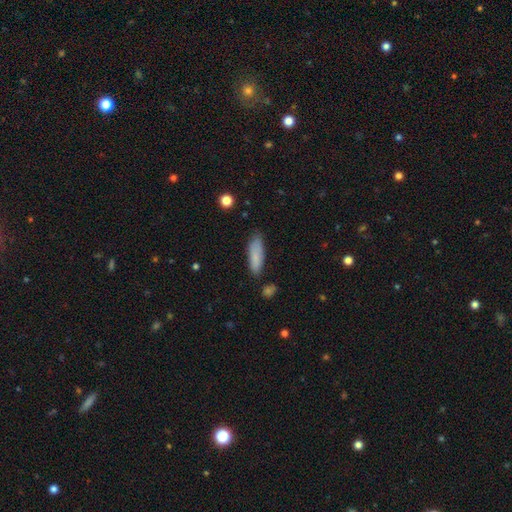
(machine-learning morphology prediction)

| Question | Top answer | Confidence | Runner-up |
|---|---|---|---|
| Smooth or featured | smooth | 82% | featured or disk (12%) |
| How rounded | cigar-shaped | 50% | in between (48%) |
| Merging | none | 76% | minor disturbance (17%) |